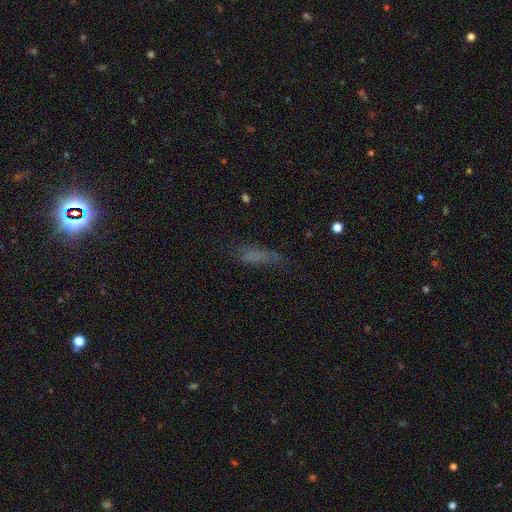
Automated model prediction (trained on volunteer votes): smooth_or_featured: smooth (p=0.65) [alt: featured or disk p=0.20]
how_rounded: cigar-shaped (p=0.63) [alt: in between p=0.34]
merging: none (p=0.54) [alt: minor disturbance p=0.27]